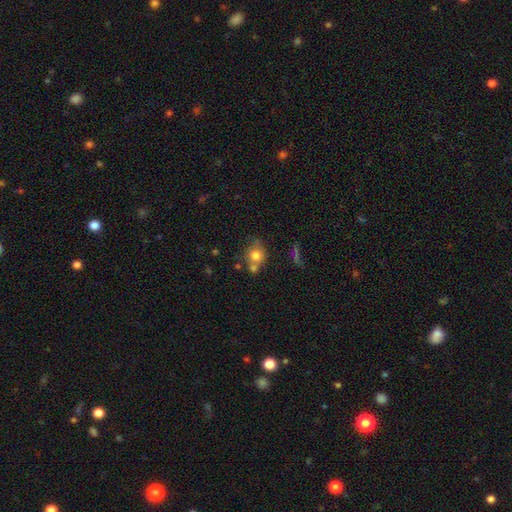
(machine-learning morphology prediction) This appears to be a smooth galaxy with no disk features (76%) that is round (77%). Merging: none (50%).